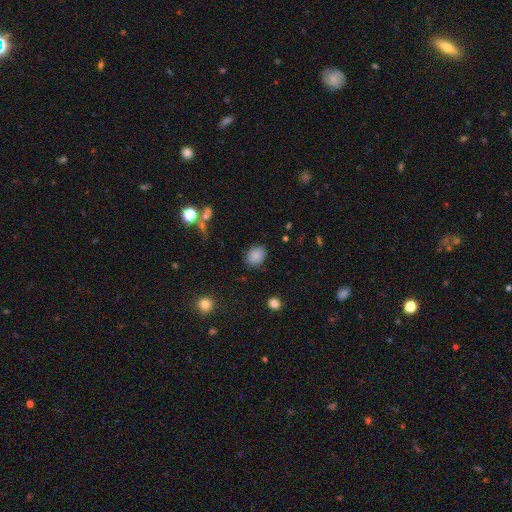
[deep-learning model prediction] A smooth galaxy with no disk features (85%) that is round (52%).

Vote fractions:
- Smooth or featured? smooth: 85% / star or artifact: 10% / featured or disk: 5%
- How rounded? round: 52% / in between: 47% / cigar-shaped: 1%
- Merging? none: 81% / minor disturbance: 14% / major disturbance: 4% / merger: 2%